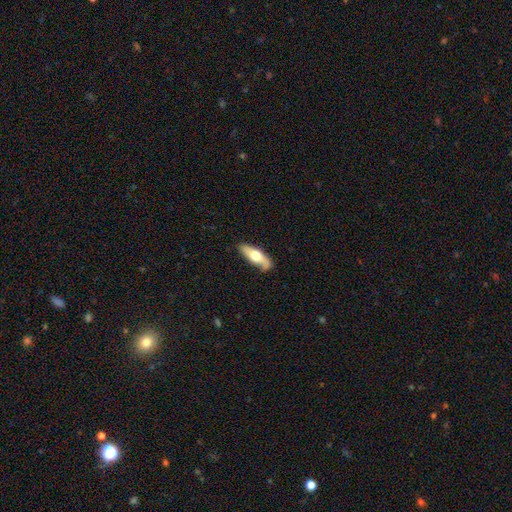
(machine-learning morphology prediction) Smooth or featured?
  - smooth: 51% *
  - featured or disk: 44%
  - star or artifact: 5%
How rounded?
  - in between: 57% *
  - cigar-shaped: 40%
  - round: 3%
Merging?
  - none: 74% *
  - minor disturbance: 19%
  - major disturbance: 5%
  - merger: 2%